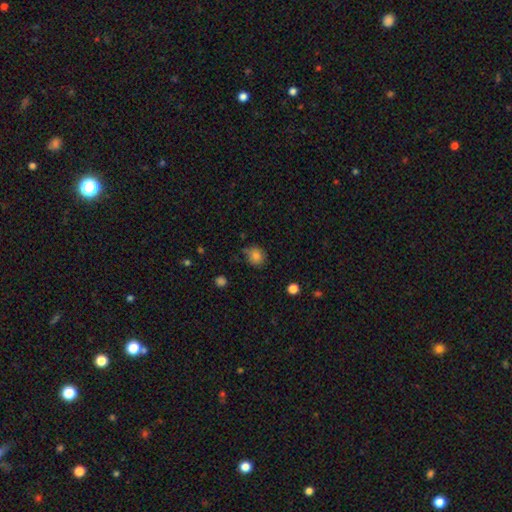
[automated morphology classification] This appears to be a smooth galaxy with no disk features (83%) that is round (74%). Merging: none (65%).